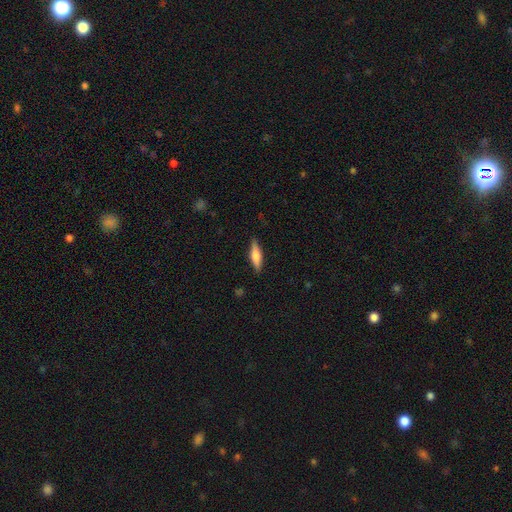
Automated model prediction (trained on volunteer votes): Smooth or featured: smooth — 56% (featured or disk — 38%)
How rounded: cigar-shaped — 62% (in between — 35%)
Merging: none — 87% (minor disturbance — 10%)